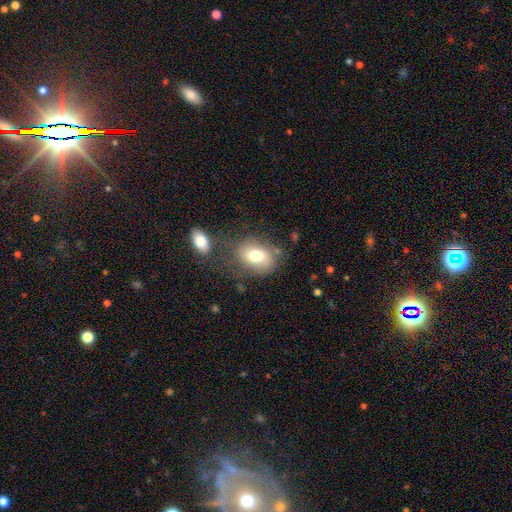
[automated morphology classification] A smooth galaxy with no disk features (75%) that is in between round and cigar-shaped (73%). Merging: none (65%).